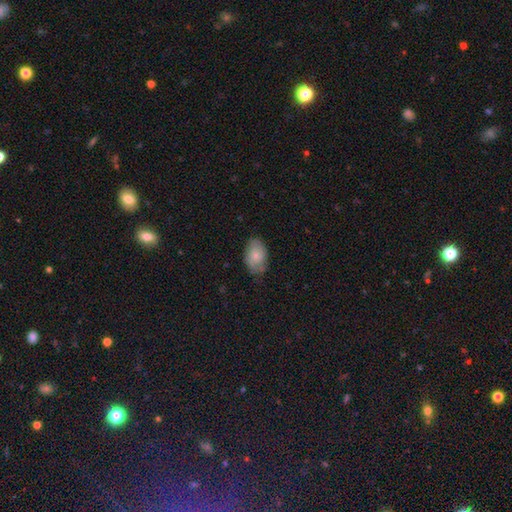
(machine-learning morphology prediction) A smooth galaxy with no disk features (73%) that is in between round and cigar-shaped (87%).

Vote fractions:
- Smooth or featured? smooth: 73% / featured or disk: 20% / star or artifact: 7%
- How rounded? in between: 87% / round: 12% / cigar-shaped: 1%
- Merging? none: 65% / minor disturbance: 28% / major disturbance: 6% / merger: 1%